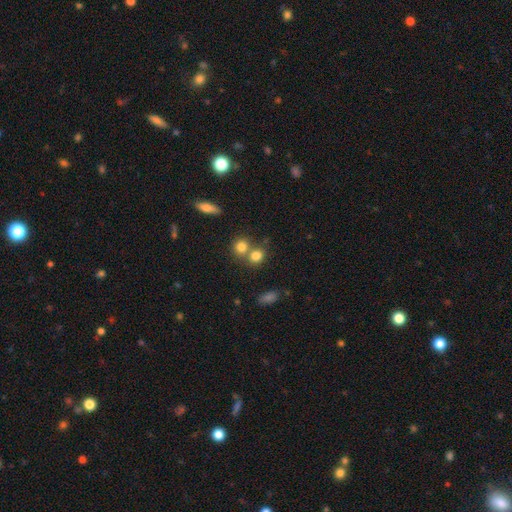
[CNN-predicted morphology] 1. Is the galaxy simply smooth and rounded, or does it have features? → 79% smooth, 12% star or artifact, 9% featured or disk.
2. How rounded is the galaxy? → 75% round, 23% in between, 1% cigar-shaped.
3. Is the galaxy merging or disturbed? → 47% none, 42% merger, 8% minor disturbance, 3% major disturbance.